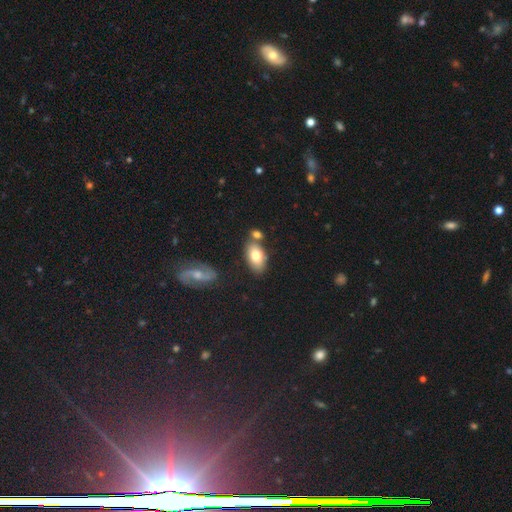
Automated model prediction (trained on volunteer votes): smooth 75%, featured or disk 18%, star or artifact 7%. Down the decision tree: how rounded — in between (92%); merging — none (66%).